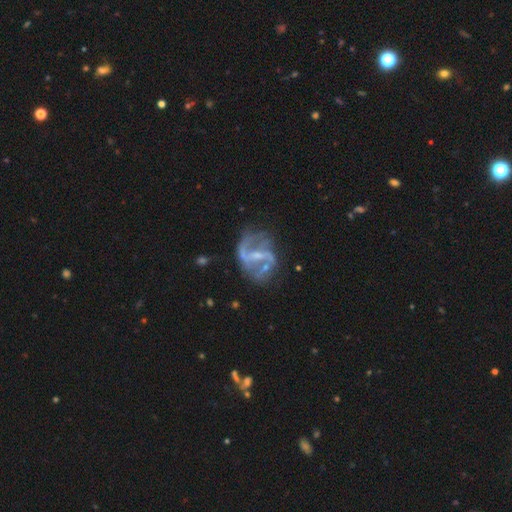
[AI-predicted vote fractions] Smooth or featured?
  - featured or disk: 85% *
  - star or artifact: 8%
  - smooth: 7%
Edge-on disk?
  - no: 97% *
  - yes: 3%
Bar?
  - strong: 43% *
  - weak: 41%
  - no: 16%
Spiral arms?
  - yes: 86% *
  - no: 14%
Spiral winding?
  - loose: 53% *
  - medium: 37%
  - tight: 11%
Spiral arm count?
  - 2: 78% *
  - can't tell: 9%
  - 3: 5%
  - 1: 4%
  - 4: 2%
  - more than 4: 2%
Bulge size?
  - small: 57% *
  - moderate: 25%
  - none: 15%
  - large: 2%
  - dominant: 1%
Merging?
  - none: 54% *
  - minor disturbance: 21%
  - major disturbance: 19%
  - merger: 6%